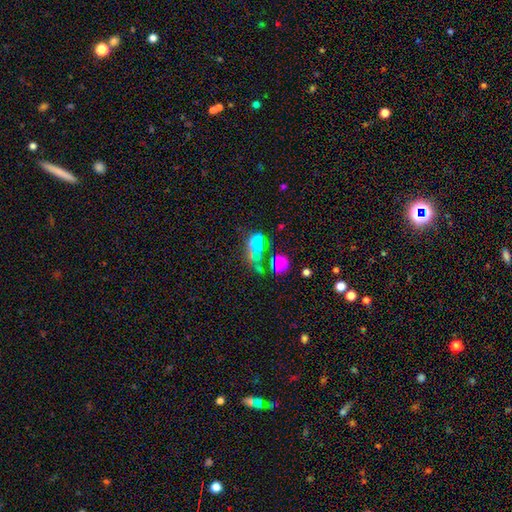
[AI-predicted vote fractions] star or artifact 60%, smooth 28%, featured or disk 12%.